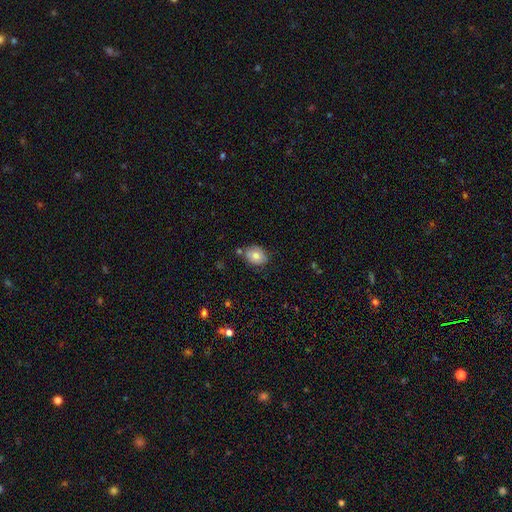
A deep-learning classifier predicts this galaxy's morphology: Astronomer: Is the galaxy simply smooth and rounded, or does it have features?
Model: smooth — 74%.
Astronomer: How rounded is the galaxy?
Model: in between — 52% (runner-up: round, 47%).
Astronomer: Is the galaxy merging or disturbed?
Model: none — 73%.